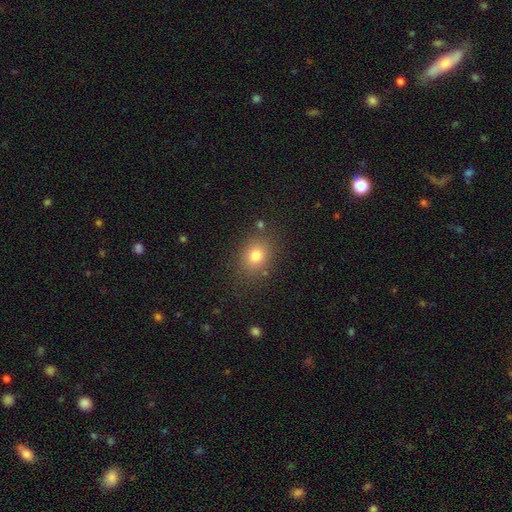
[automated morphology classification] Overall: smooth (78%). How rounded: round (55%; in between 44%). Merging: none (80%).